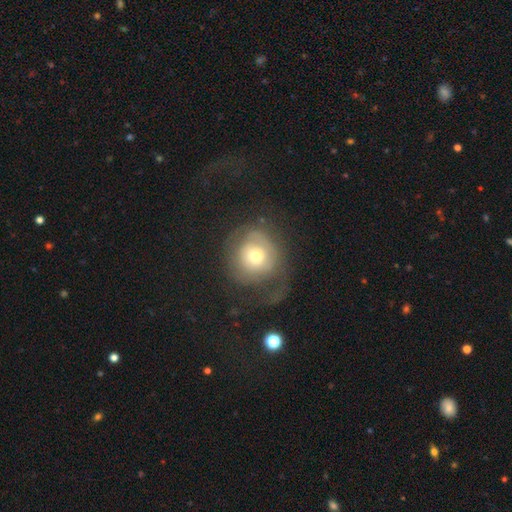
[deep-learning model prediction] This appears to be a smooth galaxy with no disk features (48%). Merging: major disturbance (39%).